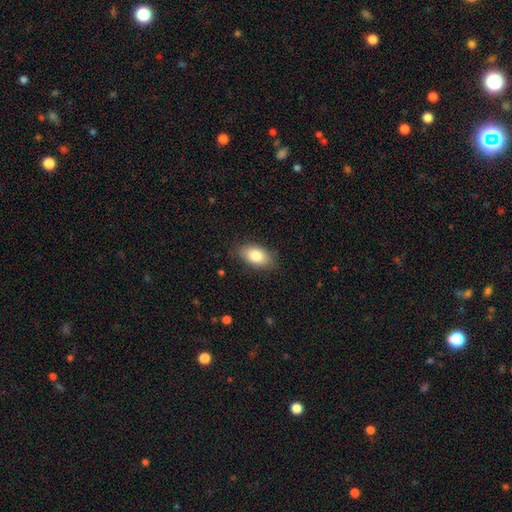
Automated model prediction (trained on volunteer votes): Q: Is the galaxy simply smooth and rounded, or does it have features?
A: smooth — 82%.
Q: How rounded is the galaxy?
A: in between — 92%.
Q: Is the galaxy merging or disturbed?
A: none — 84%.